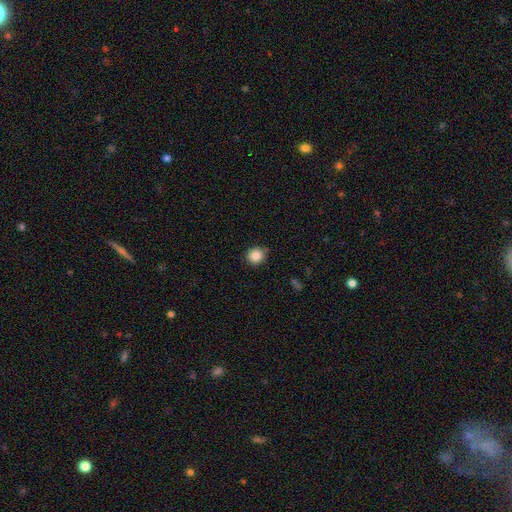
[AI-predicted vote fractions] Smooth or featured? Predicted: smooth (p=0.87). How rounded? Predicted: round (p=0.89). Merging? Predicted: none (p=0.85).